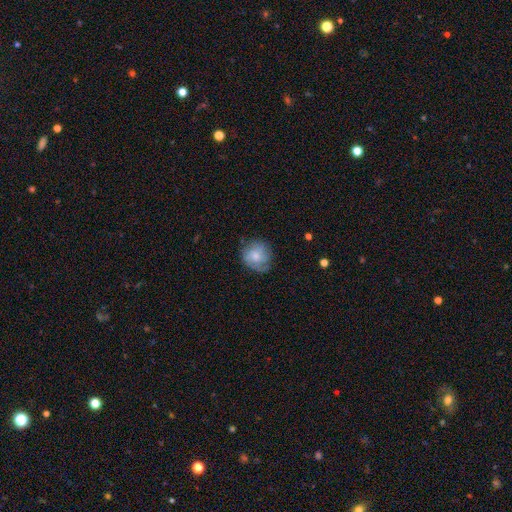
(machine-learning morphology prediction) A smooth galaxy with no disk features (59%) that is round (84%).

Vote fractions:
- Smooth or featured? smooth: 59% / featured or disk: 34% / star or artifact: 7%
- How rounded? round: 84% / in between: 15% / cigar-shaped: 1%
- Merging? none: 65% / minor disturbance: 24% / major disturbance: 9% / merger: 1%